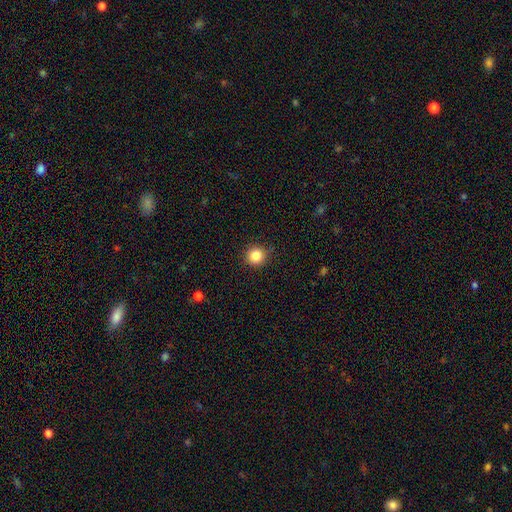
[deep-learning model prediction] smooth-or-featured: smooth: 85% | star or artifact: 11% | featured or disk: 4%
  how-rounded: round: 94% | in between: 5% | cigar-shaped: 1%
  merging: none: 89% | minor disturbance: 8% | major disturbance: 2% | merger: 1%